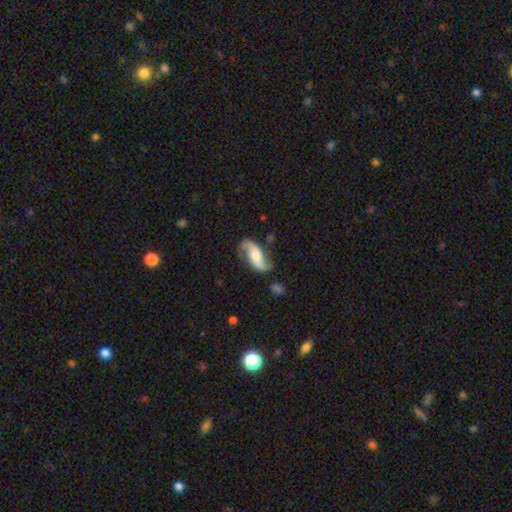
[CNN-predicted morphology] A featured or disk galaxy (84%) with no bar (48%), 2 (93%) loose (76%) spiral arms (96%) and a moderate central bulge (55%). Merging: none (77%).